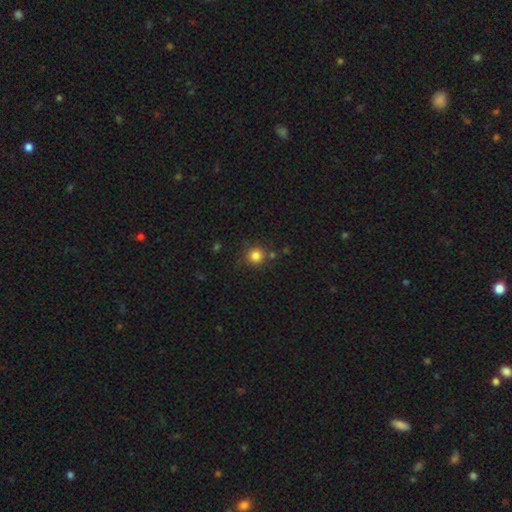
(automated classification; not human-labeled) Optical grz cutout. It shows a smooth galaxy with no disk features (83%) that is round (93%). Merging: none (80%).